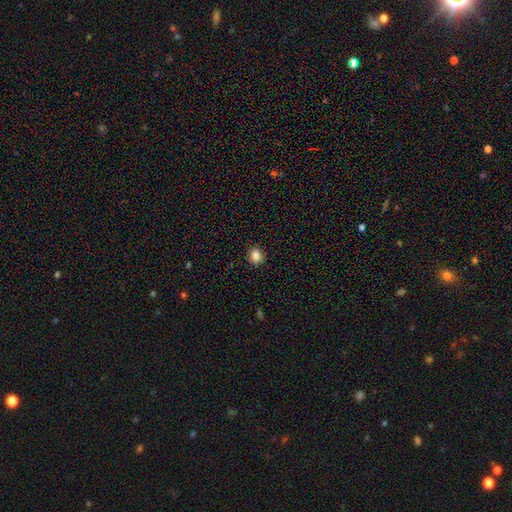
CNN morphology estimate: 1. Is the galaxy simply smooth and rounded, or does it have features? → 84% smooth, 11% star or artifact, 5% featured or disk.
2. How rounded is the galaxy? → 82% round, 17% in between, 1% cigar-shaped.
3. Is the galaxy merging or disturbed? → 91% none, 6% minor disturbance, 2% major disturbance, 1% merger.